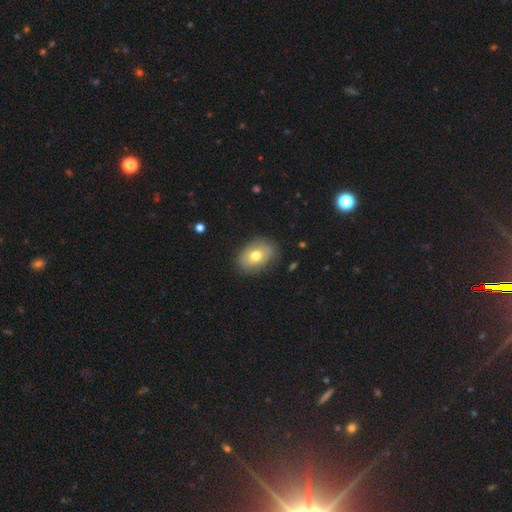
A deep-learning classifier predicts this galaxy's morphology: Smooth or featured? smooth (68%)
How rounded? in between (78%)
Merging? none (80%)